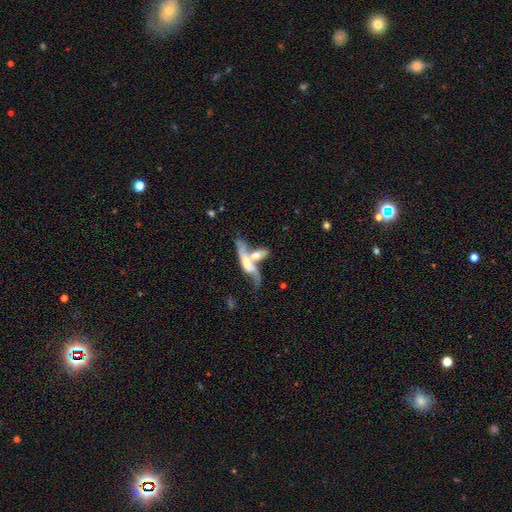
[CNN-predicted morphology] smooth-or-featured: featured or disk: 48% | smooth: 45% | star or artifact: 7%
  merging: merger: 63% | none: 19% | major disturbance: 9% | minor disturbance: 9%